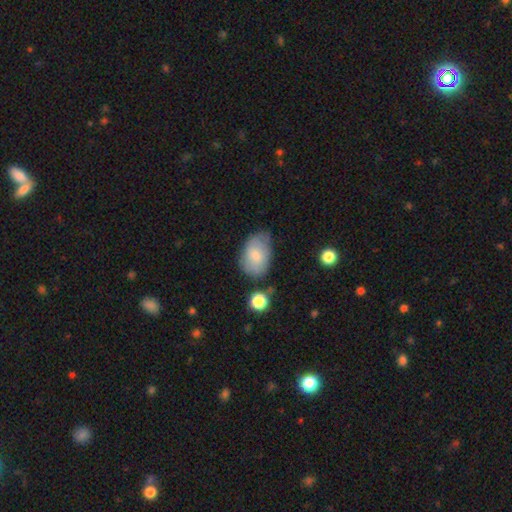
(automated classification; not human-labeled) A smooth galaxy with no disk features (74%) that is in between round and cigar-shaped (87%). Merging: none (62%).